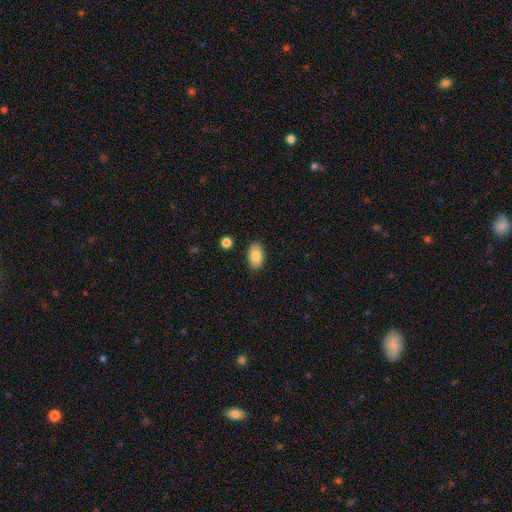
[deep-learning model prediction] Overall: smooth (83%). How rounded: in between (94%). Merging: none (87%).